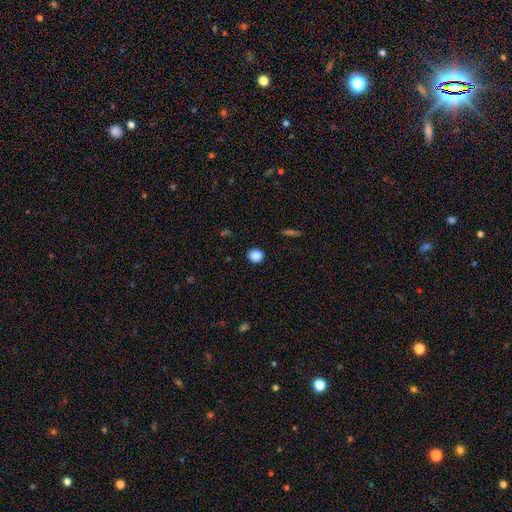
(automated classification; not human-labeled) smooth 87%, star or artifact 10%, featured or disk 3%. Down the decision tree: how rounded — round (75%); merging — none (90%).